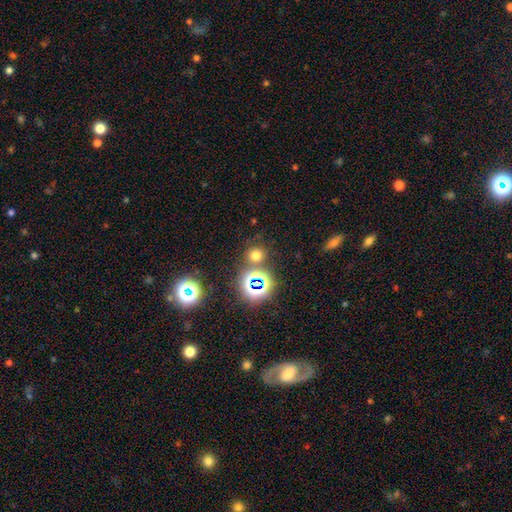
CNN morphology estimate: A smooth galaxy with no disk features (62%) that is round (86%).

Vote fractions:
- Smooth or featured? smooth: 62% / star or artifact: 32% / featured or disk: 7%
- How rounded? round: 86% / in between: 12% / cigar-shaped: 1%
- Merging? none: 75% / merger: 13% / minor disturbance: 8% / major disturbance: 4%